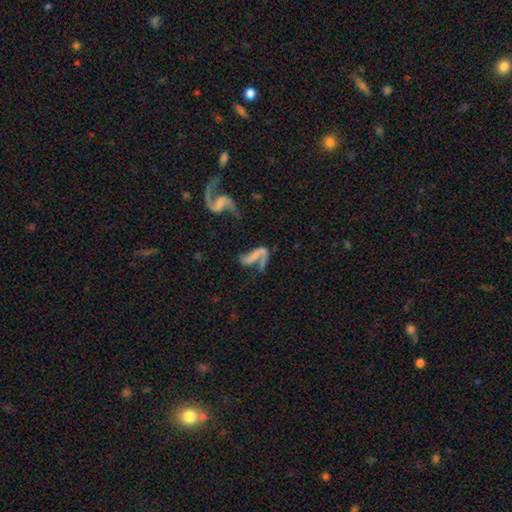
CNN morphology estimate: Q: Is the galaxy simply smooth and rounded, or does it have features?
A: featured or disk — 66%.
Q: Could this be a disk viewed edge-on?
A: no — 94%.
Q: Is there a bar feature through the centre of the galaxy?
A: no — 42%.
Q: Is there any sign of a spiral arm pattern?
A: yes — 72%.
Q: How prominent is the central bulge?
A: none — 67%.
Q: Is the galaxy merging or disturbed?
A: major disturbance — 35%.